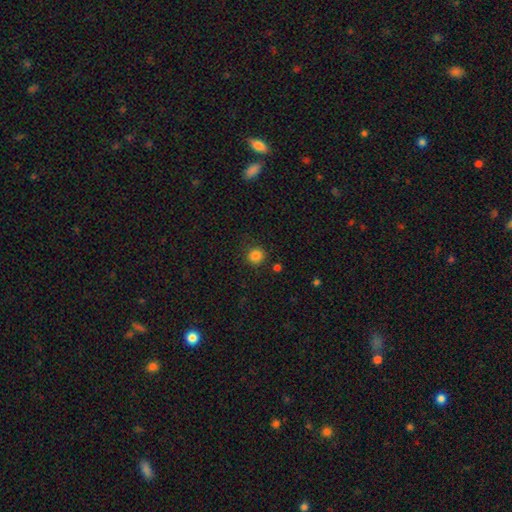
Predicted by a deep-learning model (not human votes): smooth-or-featured: smooth: 85% | star or artifact: 12% | featured or disk: 3%
  how-rounded: round: 93% | in between: 6% | cigar-shaped: 1%
  merging: none: 87% | minor disturbance: 8% | major disturbance: 3% | merger: 2%